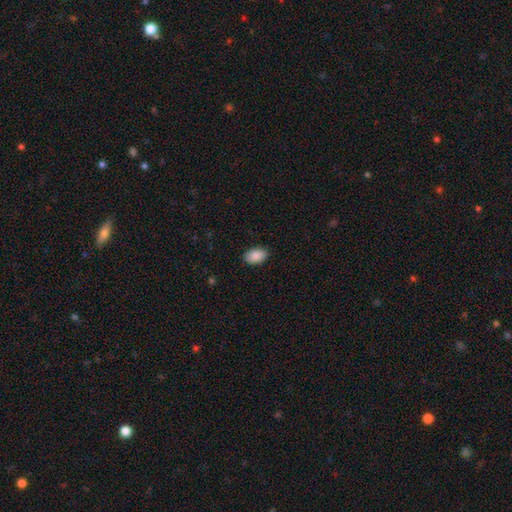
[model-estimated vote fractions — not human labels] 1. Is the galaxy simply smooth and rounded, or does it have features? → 89% smooth, 7% star or artifact, 4% featured or disk.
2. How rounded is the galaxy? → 91% in between, 8% round, 1% cigar-shaped.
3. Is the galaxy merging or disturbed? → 88% none, 9% minor disturbance, 2% major disturbance, 1% merger.